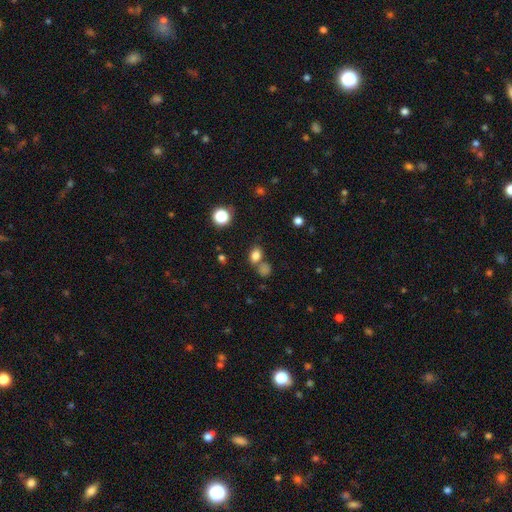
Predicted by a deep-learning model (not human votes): smooth_or_featured: smooth (p=0.79) [alt: star or artifact p=0.15]
how_rounded: in between (p=0.64) [alt: round p=0.35]
merging: none (p=0.58) [alt: merger p=0.24]